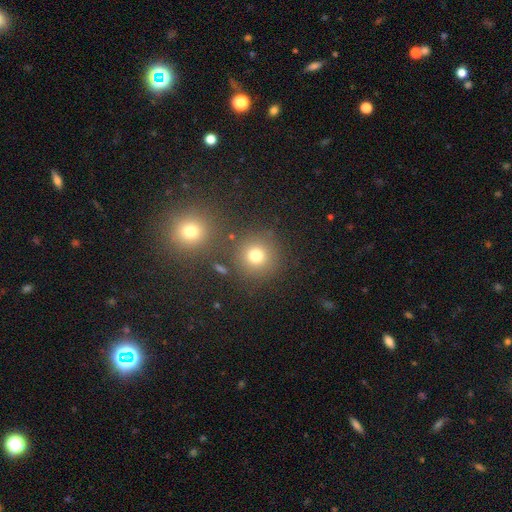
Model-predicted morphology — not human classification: A smooth galaxy with no disk features (76%) that is round (92%).

Vote fractions:
- Smooth or featured? smooth: 76% / star or artifact: 16% / featured or disk: 8%
- How rounded? round: 92% / in between: 7% / cigar-shaped: 1%
- Merging? none: 79% / merger: 9% / minor disturbance: 8% / major disturbance: 4%